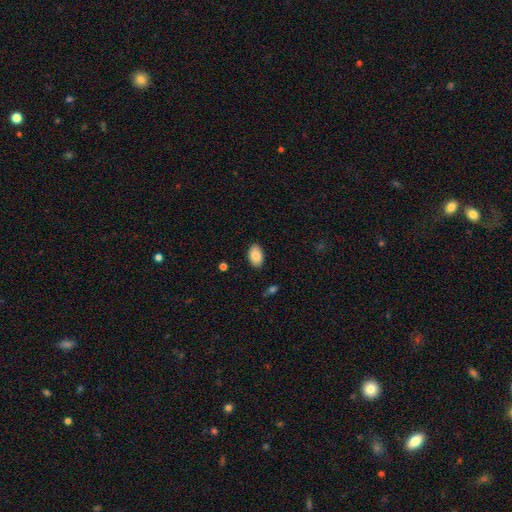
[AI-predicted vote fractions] smooth-or-featured: smooth: 83% | featured or disk: 10% | star or artifact: 7%
  how-rounded: in between: 91% | round: 8% | cigar-shaped: 1%
  merging: none: 88% | minor disturbance: 9% | major disturbance: 2% | merger: 1%